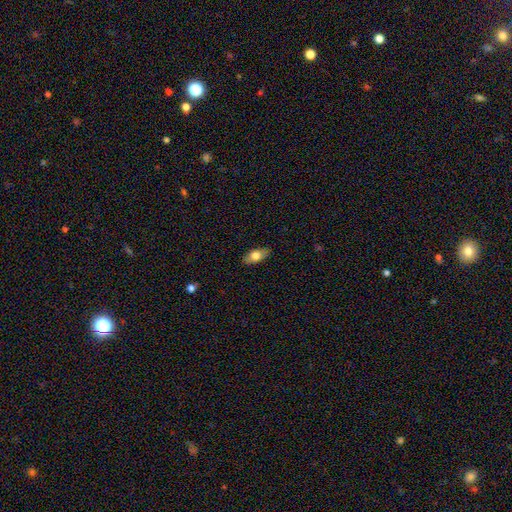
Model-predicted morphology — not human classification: Q: Smooth or featured?
A: smooth (70%); runner-up: featured or disk (23%)
Q: How rounded?
A: in between (85%); runner-up: cigar-shaped (11%)
Q: Merging?
A: none (86%); runner-up: minor disturbance (10%)